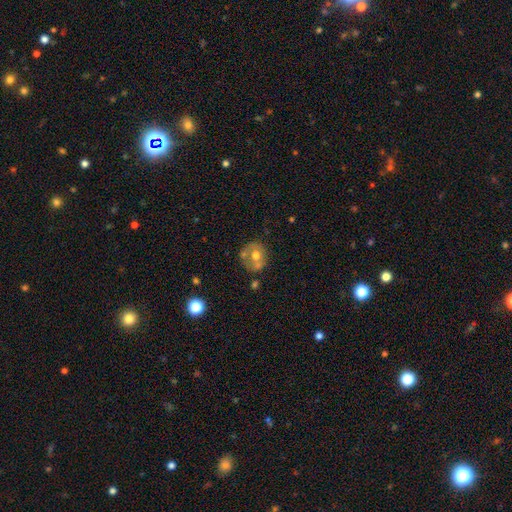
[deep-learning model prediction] Q: Smooth or featured?
A: smooth (52%); runner-up: featured or disk (39%)
Q: How rounded?
A: round (78%); runner-up: in between (21%)
Q: Merging?
A: none (53%); runner-up: merger (20%)